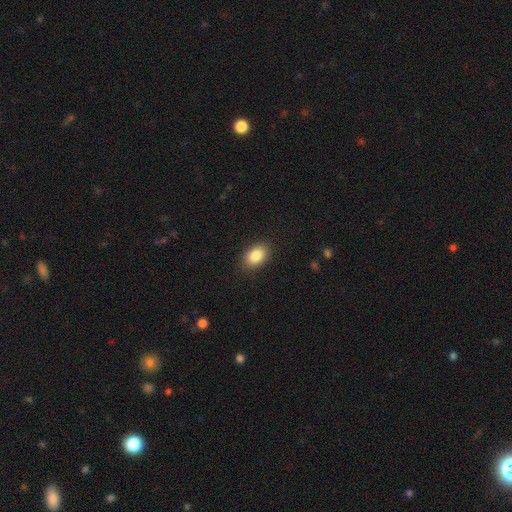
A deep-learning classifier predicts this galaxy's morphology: Smooth or featured? Predicted: smooth (p=0.85). How rounded? Predicted: in between (p=0.84). Merging? Predicted: none (p=0.88).